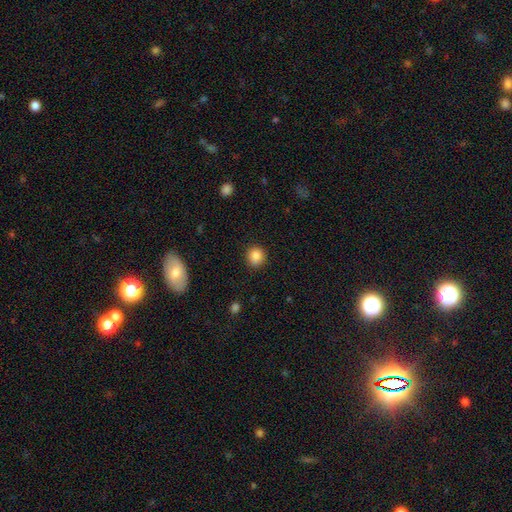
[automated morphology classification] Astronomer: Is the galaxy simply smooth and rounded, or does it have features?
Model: smooth — 86%.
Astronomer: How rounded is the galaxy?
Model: round — 87%.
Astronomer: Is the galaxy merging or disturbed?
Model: none — 89%.